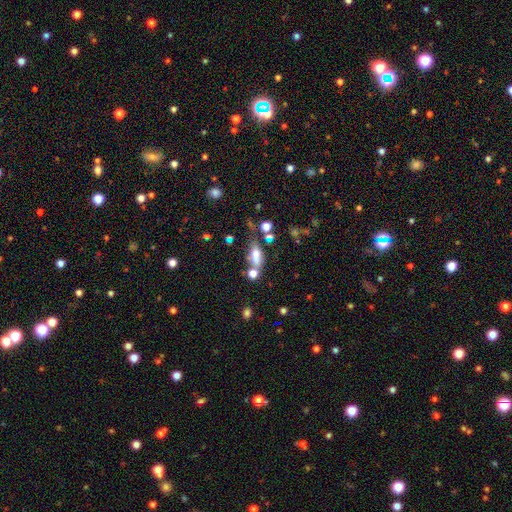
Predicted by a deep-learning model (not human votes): Morphology: type=smooth (66%); roundness=in between (75%); merging=none (37%).